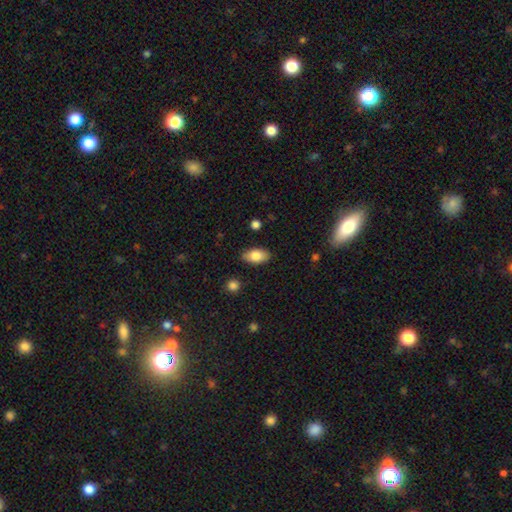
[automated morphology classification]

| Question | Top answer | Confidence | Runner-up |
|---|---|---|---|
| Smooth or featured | smooth | 80% | featured or disk (13%) |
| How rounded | in between | 91% | round (5%) |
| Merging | none | 86% | minor disturbance (10%) |